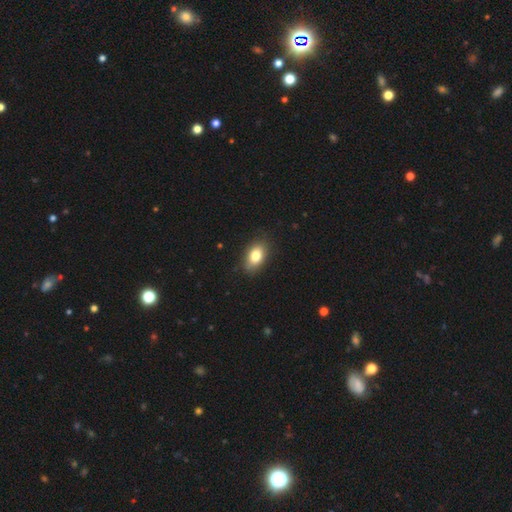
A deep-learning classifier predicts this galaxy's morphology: A smooth galaxy with no disk features (80%) that is in between round and cigar-shaped (87%).

Vote fractions:
- Smooth or featured? smooth: 80% / featured or disk: 12% / star or artifact: 8%
- How rounded? in between: 87% / round: 10% / cigar-shaped: 3%
- Merging? none: 84% / minor disturbance: 13% / major disturbance: 3% / merger: 1%